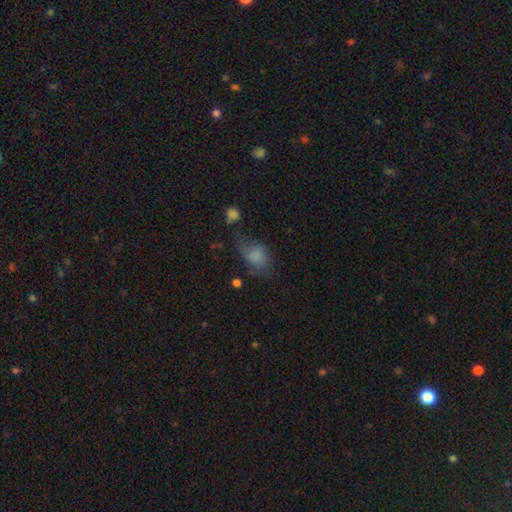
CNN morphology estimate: This appears to be a smooth galaxy with no disk features (74%) that is in between round and cigar-shaped (77%). Merging: none (36%).